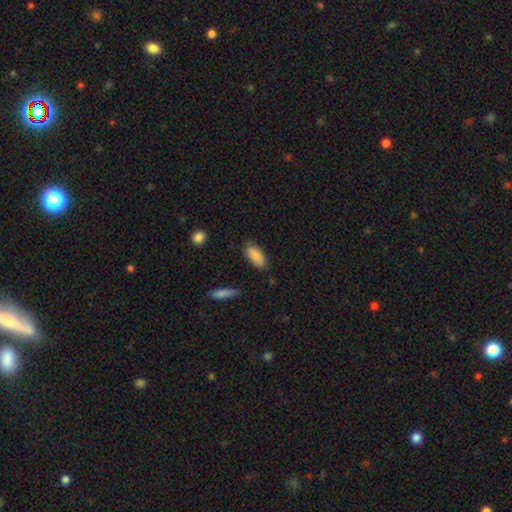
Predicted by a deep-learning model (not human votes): smooth_or_featured: smooth (p=0.88) [alt: star or artifact p=0.06]
how_rounded: in between (p=0.88) [alt: cigar-shaped p=0.10]
merging: none (p=0.80) [alt: minor disturbance p=0.15]